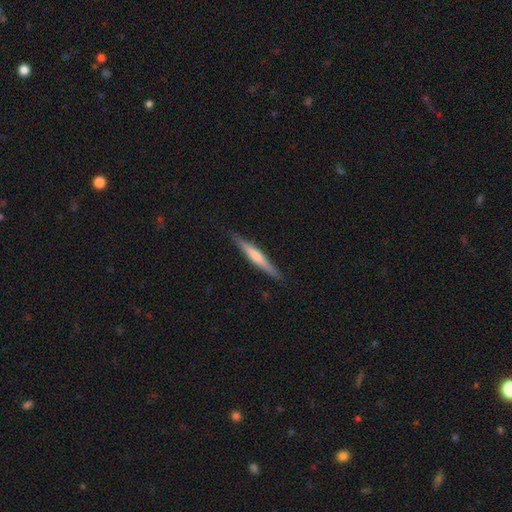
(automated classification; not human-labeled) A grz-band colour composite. It shows a featured or disk galaxy (57%) viewed edge-on (97%) with a rounded central bulge (59%). Merging: none (89%).